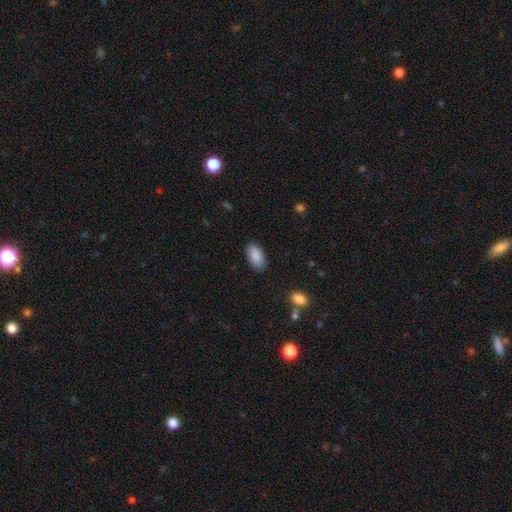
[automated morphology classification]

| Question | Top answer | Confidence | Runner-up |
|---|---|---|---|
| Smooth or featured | smooth | 89% | star or artifact (6%) |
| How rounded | in between | 93% | cigar-shaped (4%) |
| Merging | none | 87% | minor disturbance (9%) |